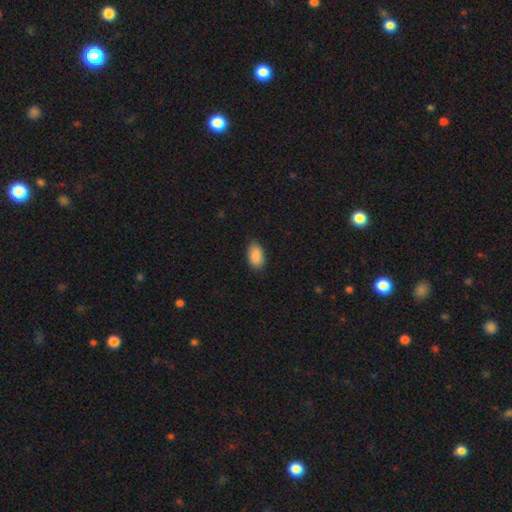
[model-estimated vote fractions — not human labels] smooth_or_featured: smooth (p=0.89) [alt: star or artifact p=0.07]
how_rounded: in between (p=0.92) [alt: round p=0.06]
merging: none (p=0.84) [alt: minor disturbance p=0.13]